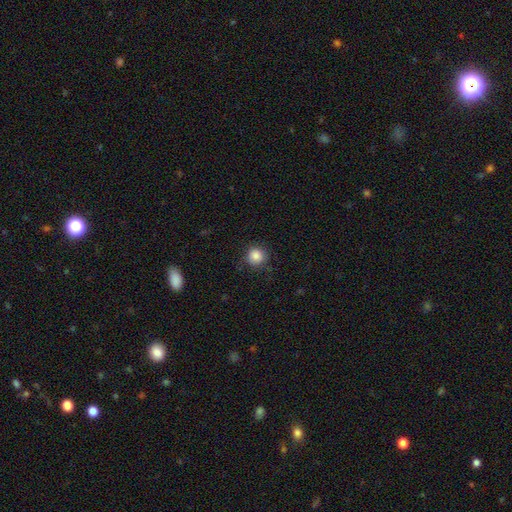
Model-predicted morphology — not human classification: The model was most divided on "merging": none: 83%, minor disturbance: 12%, major disturbance: 3%, merger: 1%. More confident: how rounded — round (92%); smooth or featured — smooth (85%).